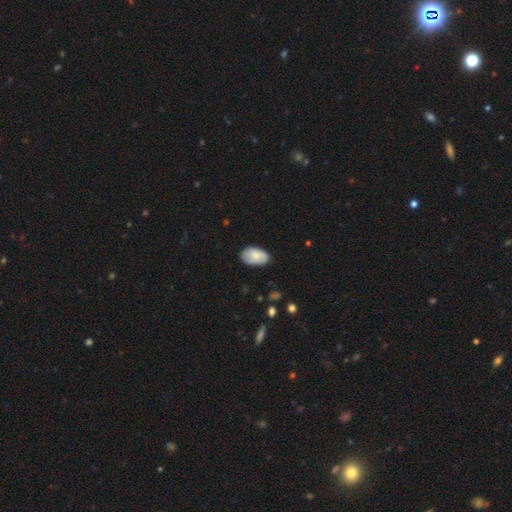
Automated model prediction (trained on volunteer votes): Overall: smooth (80%). How rounded: in between (94%). Merging: none (79%).